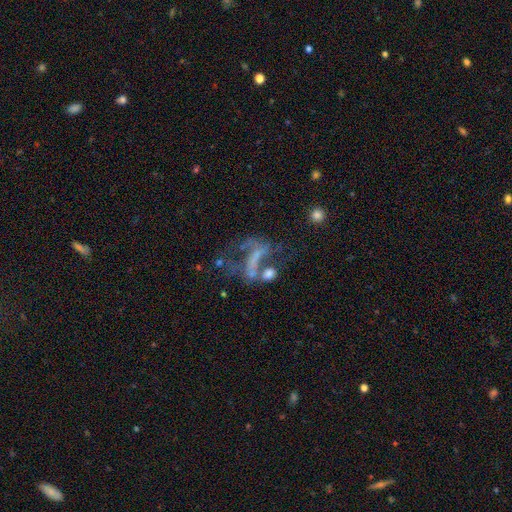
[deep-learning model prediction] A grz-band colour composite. It shows a featured or disk galaxy (57%) with no bar (55%), no spiral arms (66%) and no central bulge (67%). Merging: major disturbance (37%).